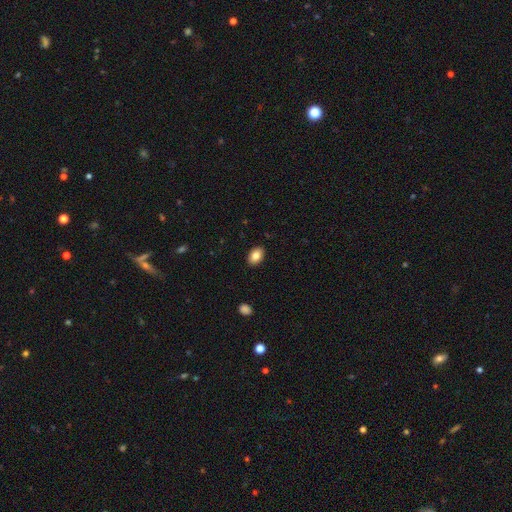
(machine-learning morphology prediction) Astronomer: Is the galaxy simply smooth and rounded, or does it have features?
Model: smooth — 84%.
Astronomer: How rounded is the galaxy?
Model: in between — 84%.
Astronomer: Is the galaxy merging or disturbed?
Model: none — 89%.